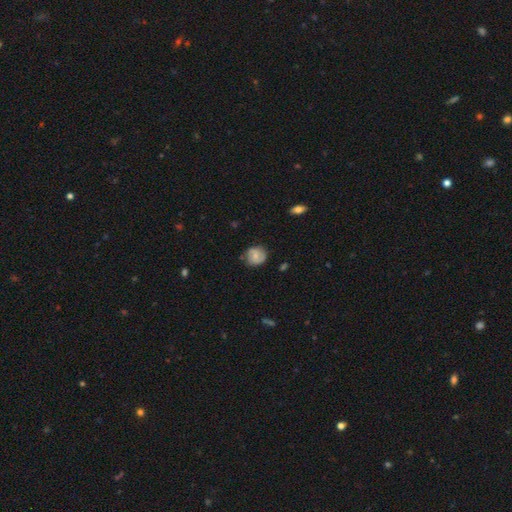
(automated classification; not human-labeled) The model was most divided on "smooth or featured": smooth: 51%, featured or disk: 41%, star or artifact: 7%. More confident: how rounded — round (81%); merging — none (76%).